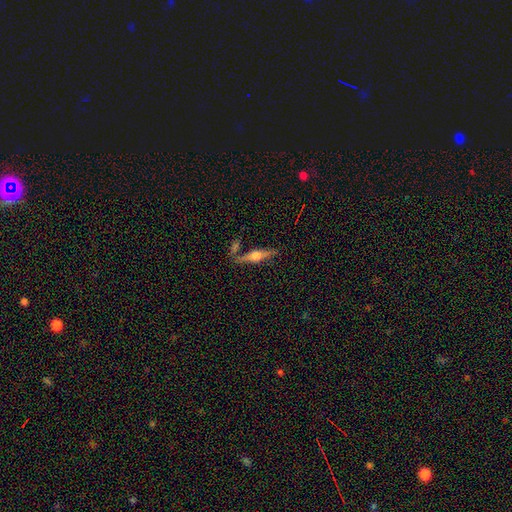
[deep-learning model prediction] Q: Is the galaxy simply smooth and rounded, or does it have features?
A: featured or disk — 68%.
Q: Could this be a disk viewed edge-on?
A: yes — 96%.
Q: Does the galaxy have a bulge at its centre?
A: rounded — 90%.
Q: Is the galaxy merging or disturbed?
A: none — 75%.